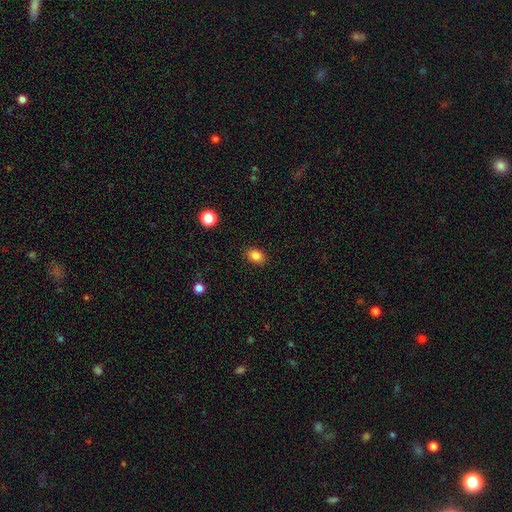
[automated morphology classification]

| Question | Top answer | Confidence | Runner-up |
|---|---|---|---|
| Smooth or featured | smooth | 85% | star or artifact (10%) |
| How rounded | in between | 79% | round (20%) |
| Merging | none | 88% | minor disturbance (8%) |